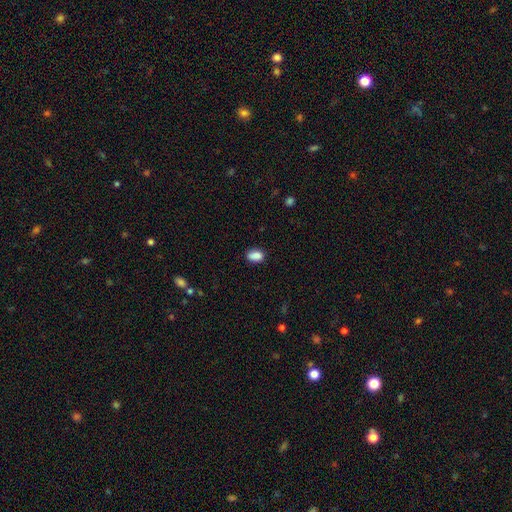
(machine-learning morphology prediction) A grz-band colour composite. It shows a smooth galaxy with no disk features (87%) that is in between round and cigar-shaped (83%). Merging: none (78%).